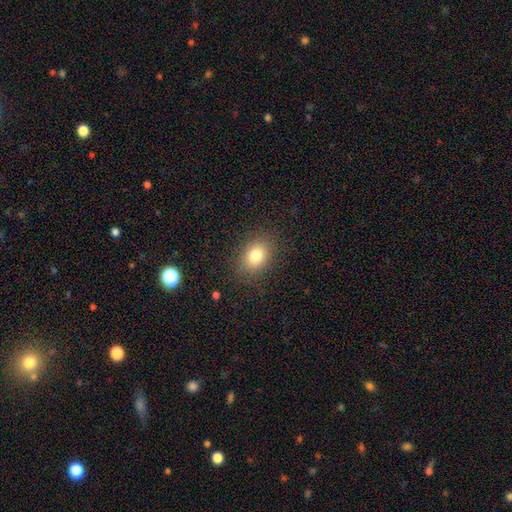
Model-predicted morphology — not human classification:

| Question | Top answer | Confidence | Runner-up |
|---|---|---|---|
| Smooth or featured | smooth | 80% | star or artifact (11%) |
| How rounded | in between | 70% | round (29%) |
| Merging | none | 85% | minor disturbance (10%) |